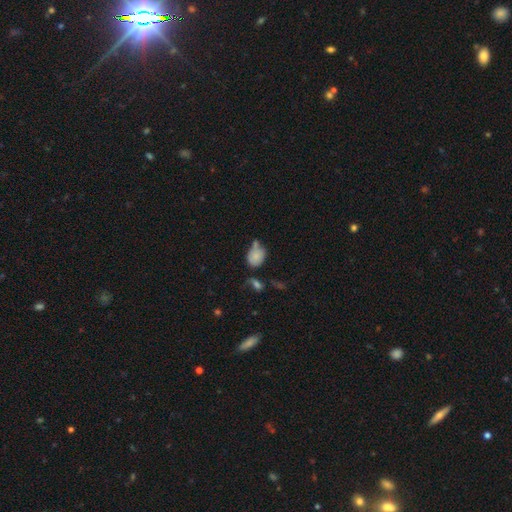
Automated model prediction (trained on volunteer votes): The model was most divided on "merging": none: 36%, merger: 27%, minor disturbance: 26%, major disturbance: 11%. More confident: smooth or featured — smooth (78%); how rounded — in between (61%).